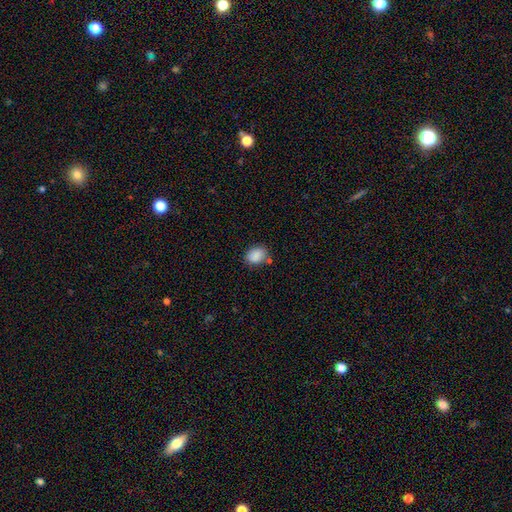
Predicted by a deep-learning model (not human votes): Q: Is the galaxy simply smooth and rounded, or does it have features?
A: smooth — 88%.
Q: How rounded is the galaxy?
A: in between — 65%.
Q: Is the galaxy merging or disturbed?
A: none — 73%.